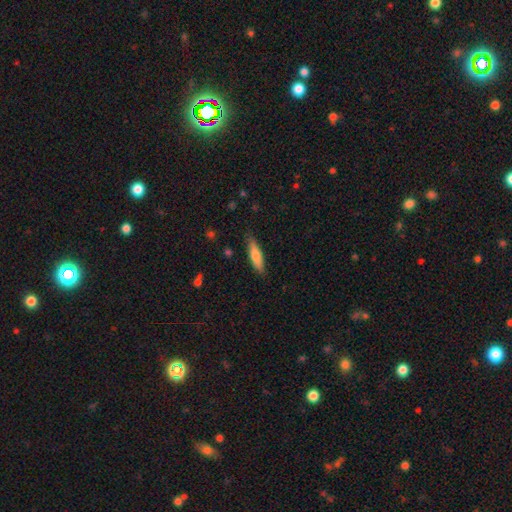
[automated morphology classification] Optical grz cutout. It shows a smooth galaxy with no disk features (72%) that is cigar-shaped (72%). Merging: none (85%).